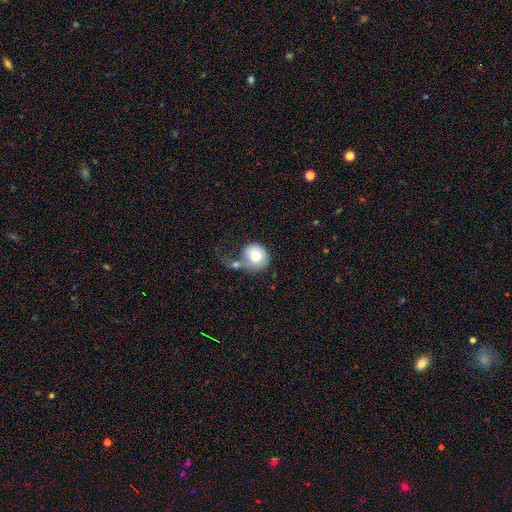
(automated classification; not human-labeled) Morphology: type=smooth (74%); roundness=round (78%); merging=major disturbance (31%).